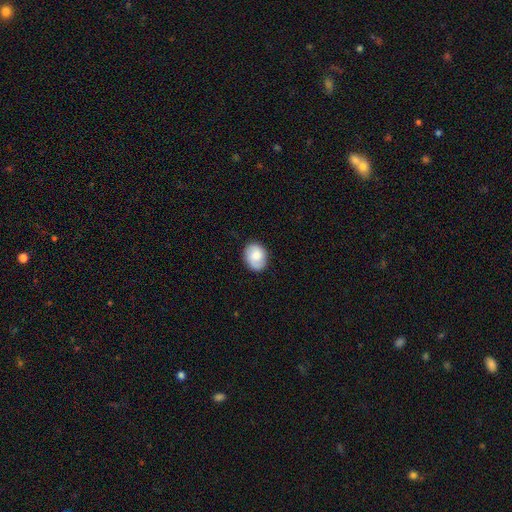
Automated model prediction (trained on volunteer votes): This appears to be a smooth galaxy with no disk features (72%) that is round (50%). Merging: none (82%).